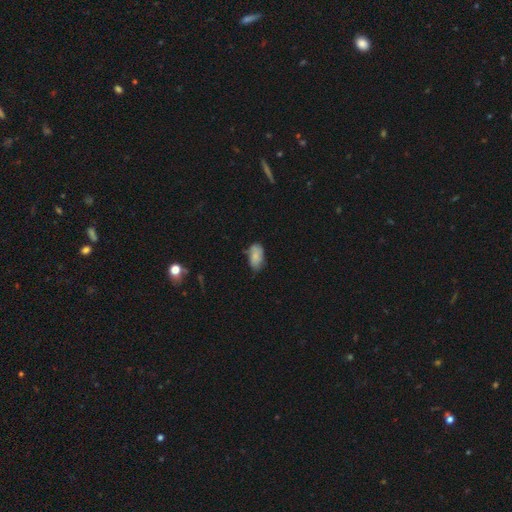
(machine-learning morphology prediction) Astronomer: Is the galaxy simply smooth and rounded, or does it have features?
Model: smooth — 75%.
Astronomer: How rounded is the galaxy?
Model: in between — 93%.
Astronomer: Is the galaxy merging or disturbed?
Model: none — 55% (runner-up: minor disturbance, 34%).